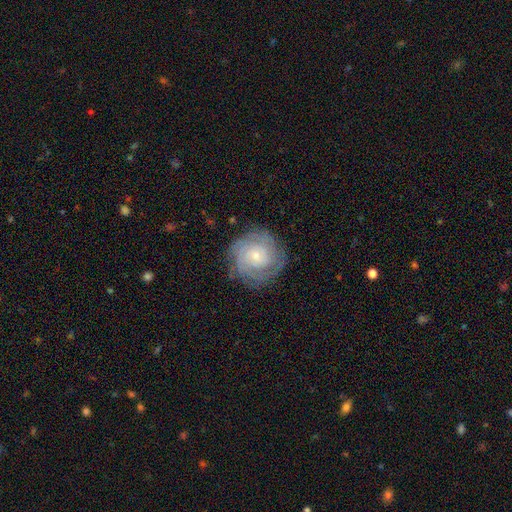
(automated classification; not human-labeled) Morphology: type=featured or disk (78%); edge-on=no (98%); bar=no (74%); spiral arms=yes (95%); winding=tight (78%); arm count=can't tell (36%); bulge=small (71%); merging=none (80%).